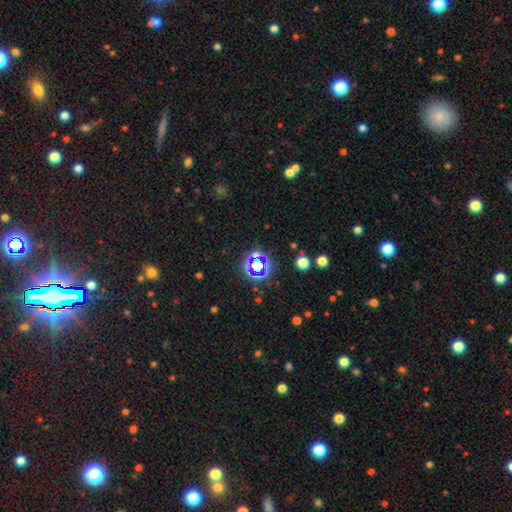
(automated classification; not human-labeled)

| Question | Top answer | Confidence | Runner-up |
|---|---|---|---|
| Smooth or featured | star or artifact | 73% | smooth (18%) |